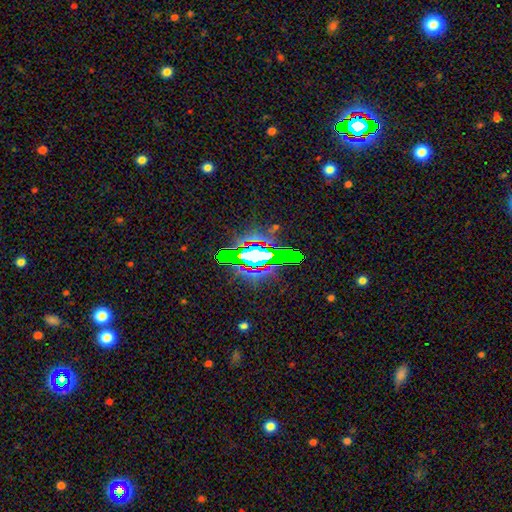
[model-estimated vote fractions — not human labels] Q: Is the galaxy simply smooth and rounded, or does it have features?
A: star or artifact — 60%.